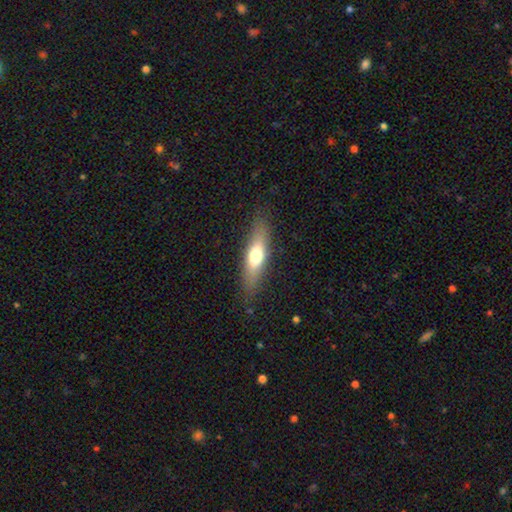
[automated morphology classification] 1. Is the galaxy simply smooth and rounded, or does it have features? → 60% smooth, 33% featured or disk, 6% star or artifact.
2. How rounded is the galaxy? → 58% cigar-shaped, 39% in between, 3% round.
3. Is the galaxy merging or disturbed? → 84% none, 11% minor disturbance, 3% major disturbance, 1% merger.